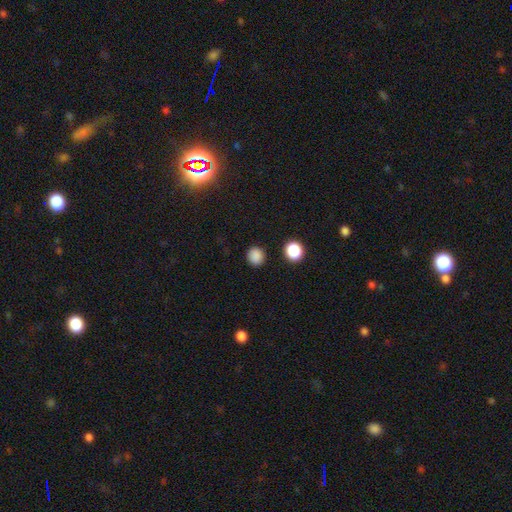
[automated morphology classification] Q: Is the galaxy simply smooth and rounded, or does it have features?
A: smooth — 85%.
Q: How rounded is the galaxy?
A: round — 88%.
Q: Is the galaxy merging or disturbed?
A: none — 90%.